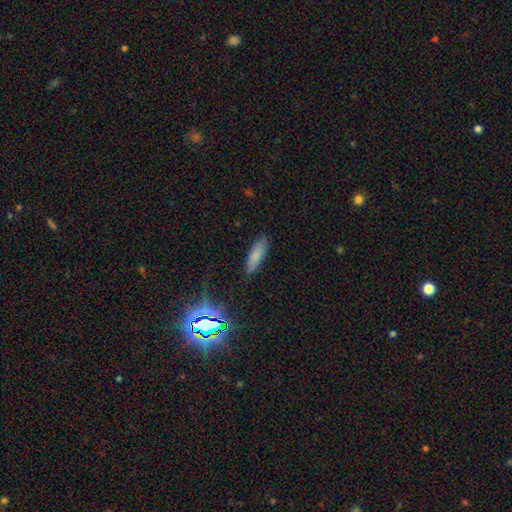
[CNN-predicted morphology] type=smooth (76%); roundness=cigar-shaped (52%); merging=none (85%).